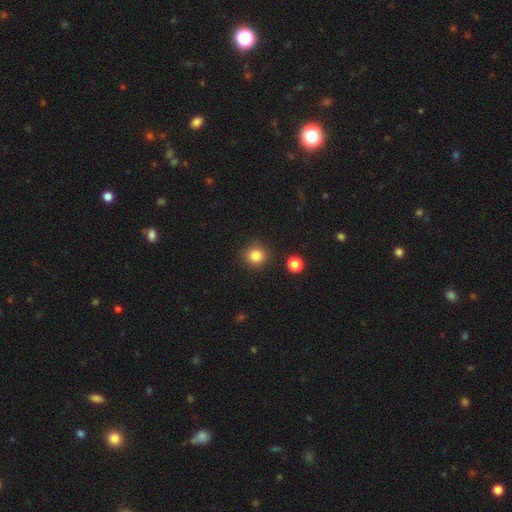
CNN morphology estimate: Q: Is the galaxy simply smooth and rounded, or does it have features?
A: smooth — 83%.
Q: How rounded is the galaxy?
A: round — 92%.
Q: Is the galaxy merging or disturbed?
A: none — 89%.